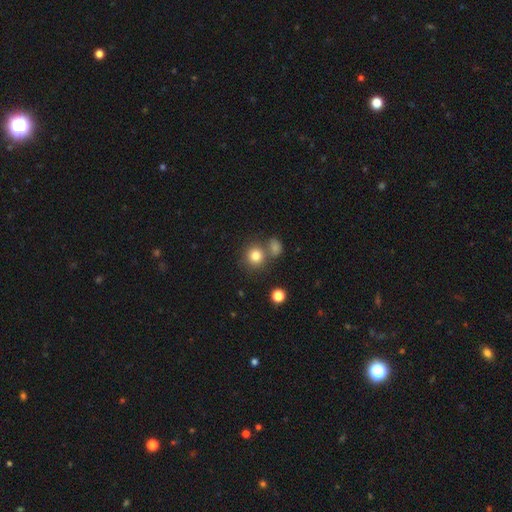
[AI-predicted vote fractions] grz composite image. It shows a smooth galaxy with no disk features (80%) that is round (89%). Merging: none (65%).